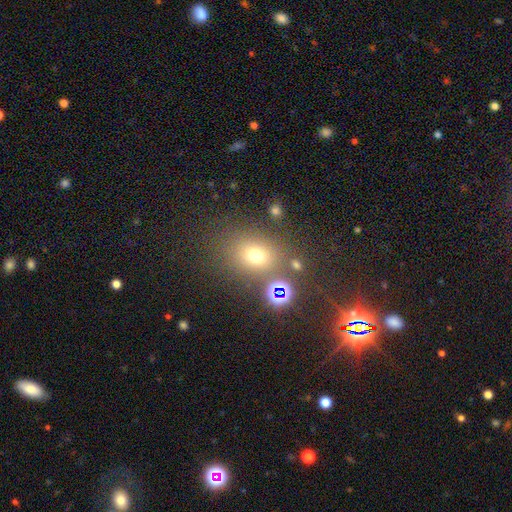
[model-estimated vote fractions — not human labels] This appears to be a smooth galaxy with no disk features (66%) that is round (51%). Merging: none (73%).